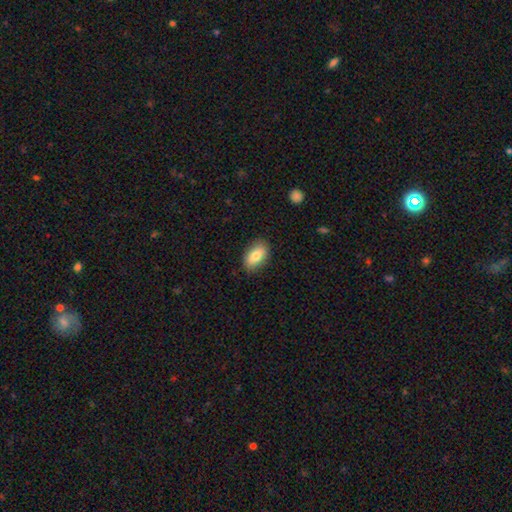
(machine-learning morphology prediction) Smooth or featured?
  - smooth: 80% *
  - featured or disk: 13%
  - star or artifact: 7%
How rounded?
  - in between: 92% *
  - round: 6%
  - cigar-shaped: 3%
Merging?
  - none: 86% *
  - minor disturbance: 11%
  - major disturbance: 2%
  - merger: 1%